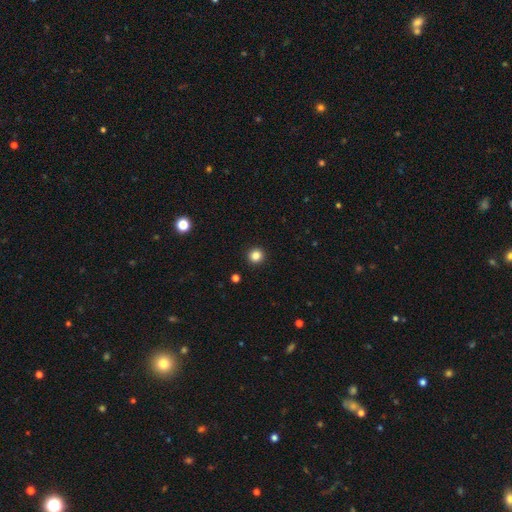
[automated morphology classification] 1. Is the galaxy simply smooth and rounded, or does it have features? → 84% smooth, 12% star or artifact, 4% featured or disk.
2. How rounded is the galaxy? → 95% round, 4% in between, 1% cigar-shaped.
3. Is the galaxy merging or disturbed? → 94% none, 4% minor disturbance, 1% major disturbance, 1% merger.